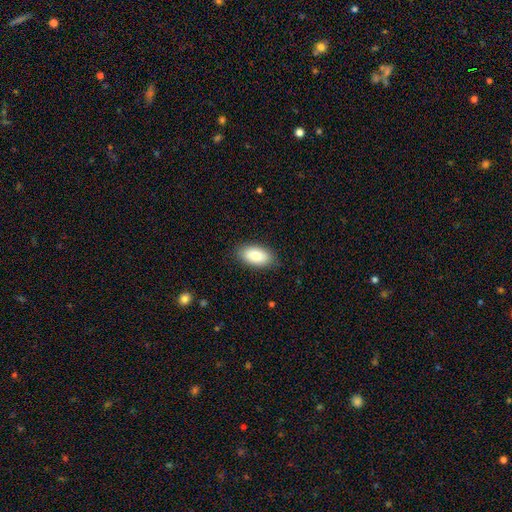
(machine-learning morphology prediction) The model was most divided on "merging": none: 86%, minor disturbance: 10%, major disturbance: 3%, merger: 1%. More confident: how rounded — in between (94%); smooth or featured — smooth (88%).